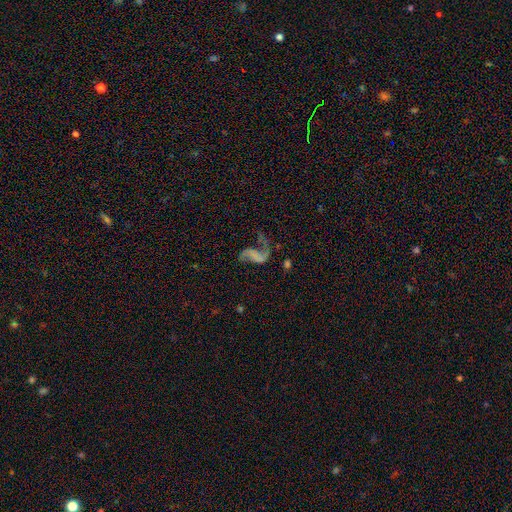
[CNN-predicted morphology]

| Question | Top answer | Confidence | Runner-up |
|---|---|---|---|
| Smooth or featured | featured or disk | 81% | smooth (10%) |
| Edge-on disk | no | 98% | yes (2%) |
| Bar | no | 50% | weak (32%) |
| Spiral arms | yes | 91% | no (9%) |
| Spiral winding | loose | 84% | medium (13%) |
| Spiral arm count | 2 | 81% | 1 (15%) |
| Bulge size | none | 74% | small (15%) |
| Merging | none | 48% | major disturbance (31%) |